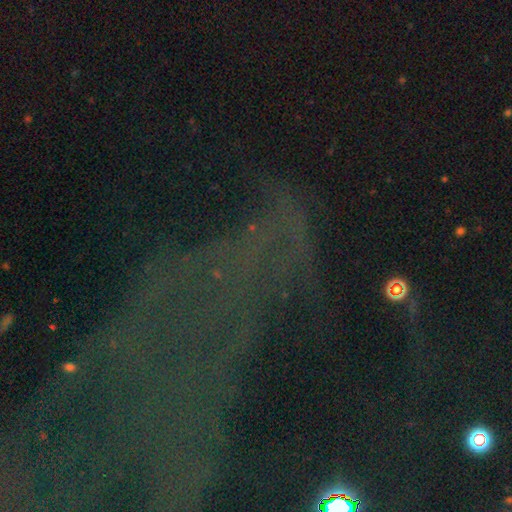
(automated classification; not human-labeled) smooth_or_featured: star or artifact (p=0.74) [alt: featured or disk p=0.14]